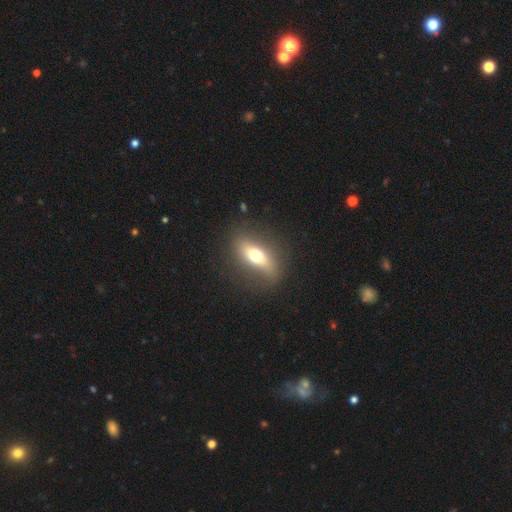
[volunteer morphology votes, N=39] This is possibly a featured or disk galaxy (51%). It is likely viewed edge-on (60%). Edge-on bulge: clearly rounded (92%). Merging: clearly none (81%).